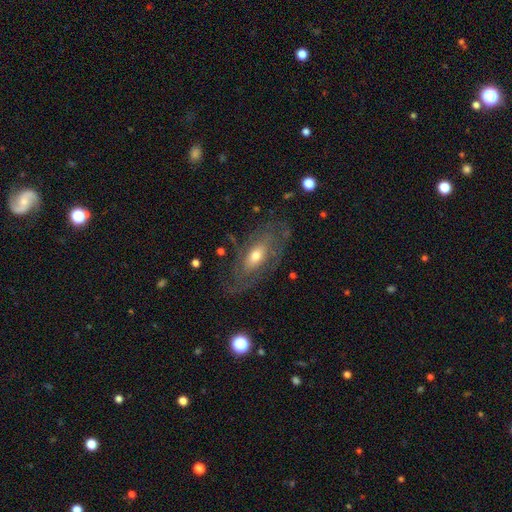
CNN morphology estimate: Q: Smooth or featured?
A: featured or disk (69%); runner-up: smooth (24%)
Q: Edge-on disk?
A: no (87%); runner-up: yes (13%)
Q: Bar?
A: no (69%); runner-up: weak (24%)
Q: Spiral arms?
A: yes (68%); runner-up: no (32%)
Q: Bulge size?
A: moderate (63%); runner-up: small (26%)
Q: Merging?
A: none (68%); runner-up: minor disturbance (18%)